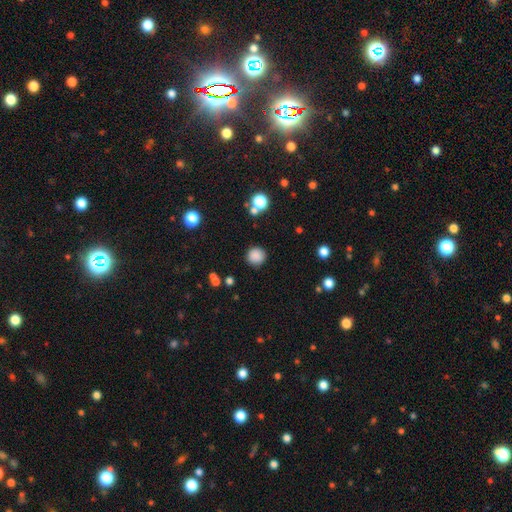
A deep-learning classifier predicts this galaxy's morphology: smooth-or-featured: smooth: 85% | star or artifact: 11% | featured or disk: 4%
  how-rounded: round: 93% | in between: 6% | cigar-shaped: 1%
  merging: none: 87% | minor disturbance: 8% | major disturbance: 3% | merger: 3%